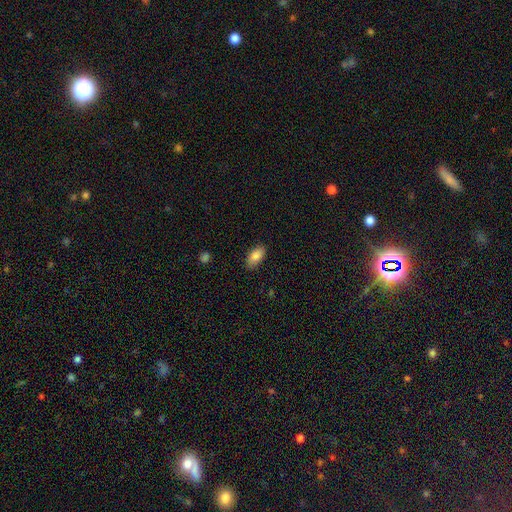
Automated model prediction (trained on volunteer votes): Smooth or featured?
  - smooth: 85% *
  - featured or disk: 8%
  - star or artifact: 7%
How rounded?
  - in between: 91% *
  - cigar-shaped: 6%
  - round: 3%
Merging?
  - none: 85% *
  - minor disturbance: 11%
  - major disturbance: 2%
  - merger: 1%